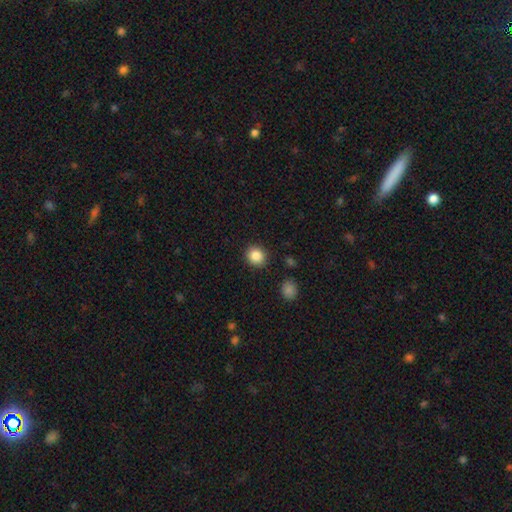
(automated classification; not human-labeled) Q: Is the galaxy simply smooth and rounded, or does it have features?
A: smooth — 87%.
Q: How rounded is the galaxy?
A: round — 84%.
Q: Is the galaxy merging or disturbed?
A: none — 89%.